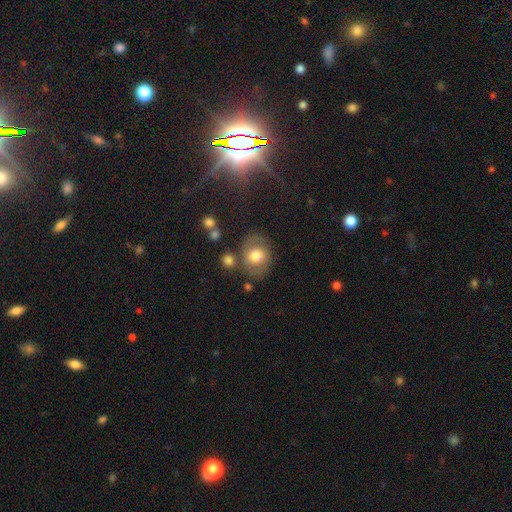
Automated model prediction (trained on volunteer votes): Smooth or featured: smooth — 61% (featured or disk — 30%)
How rounded: round — 56% (in between — 43%)
Merging: none — 65% (minor disturbance — 19%)